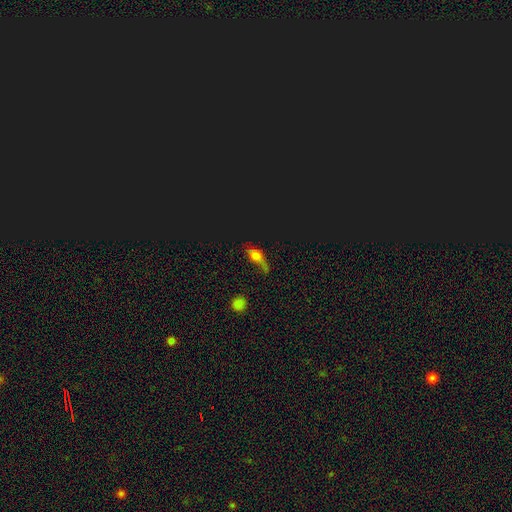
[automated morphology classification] Smooth or featured? smooth (48%)
Merging? none (40%)